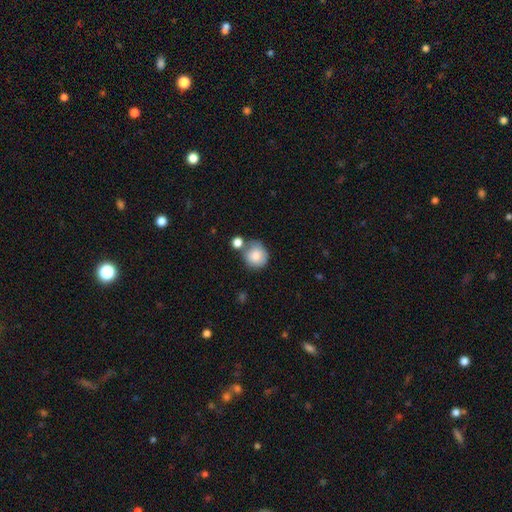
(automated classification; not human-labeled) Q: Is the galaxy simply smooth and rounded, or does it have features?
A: smooth — 81%.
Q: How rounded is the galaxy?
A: round — 87%.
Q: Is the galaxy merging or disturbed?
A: none — 55%.